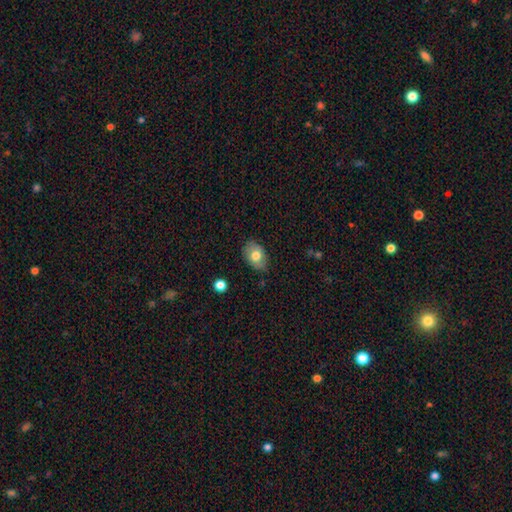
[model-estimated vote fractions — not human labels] This appears to be a smooth galaxy with no disk features (75%) that is in between round and cigar-shaped (80%). Merging: none (77%).